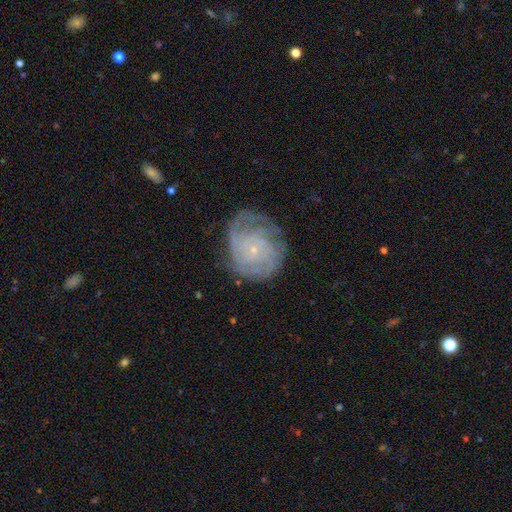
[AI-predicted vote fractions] Smooth or featured: featured or disk — 74% (smooth — 16%)
Edge-on disk: no — 97% (yes — 3%)
Bar: no — 76% (weak — 20%)
Spiral arms: yes — 93% (no — 7%)
Spiral winding: tight — 65% (medium — 27%)
Spiral arm count: can't tell — 35% (2 — 24%)
Bulge size: small — 82% (moderate — 12%)
Merging: none — 68% (minor disturbance — 20%)